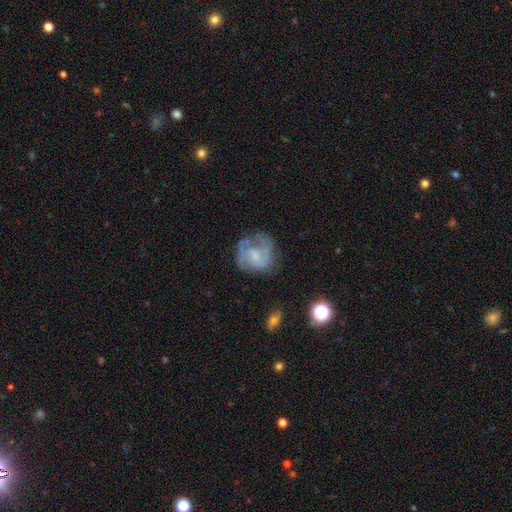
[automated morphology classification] Q: Smooth or featured?
A: featured or disk (64%); runner-up: smooth (27%)
Q: Edge-on disk?
A: no (98%); runner-up: yes (2%)
Q: Bar?
A: no (60%); runner-up: weak (34%)
Q: Spiral arms?
A: yes (74%); runner-up: no (26%)
Q: Bulge size?
A: small (38%); runner-up: moderate (30%)
Q: Merging?
A: none (55%); runner-up: minor disturbance (24%)